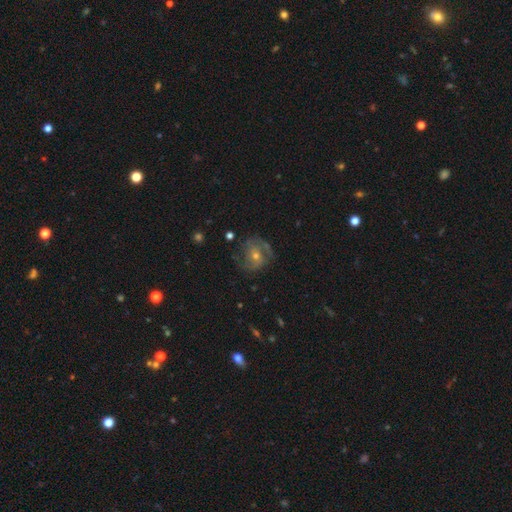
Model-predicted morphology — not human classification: Smooth or featured? Predicted: featured or disk (p=0.73). Edge-on disk? Predicted: no (p=0.97). Bar? Predicted: no (p=0.59). Spiral arms? Predicted: yes (p=0.90). Spiral winding? Predicted: medium (p=0.47). Spiral arm count? Predicted: 2 (p=0.56). Bulge size? Predicted: small (p=0.50). Merging? Predicted: none (p=0.70).